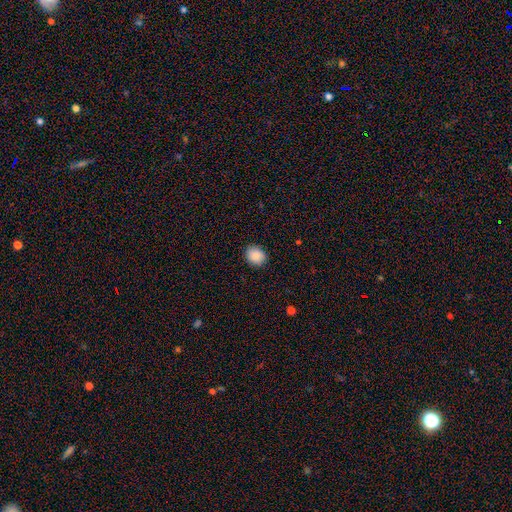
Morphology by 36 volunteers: Volunteers were most divided on "how rounded": round: 74%, in between: 26%, cigar-shaped: 0%. More confident: smooth or featured — smooth (97%); merging — none (94%).